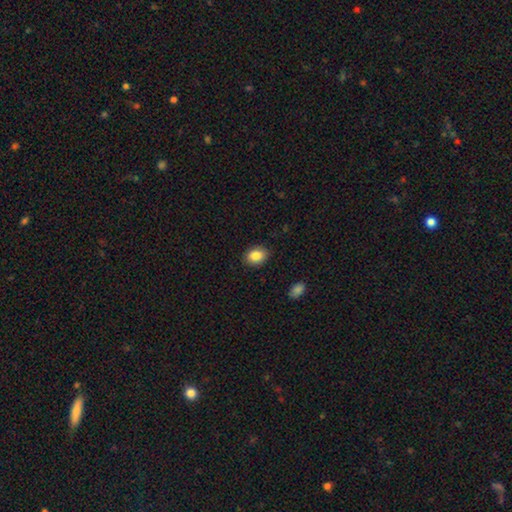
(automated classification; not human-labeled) Smooth or featured: smooth — 86% (star or artifact — 8%)
How rounded: in between — 69% (round — 30%)
Merging: none — 88% (minor disturbance — 9%)